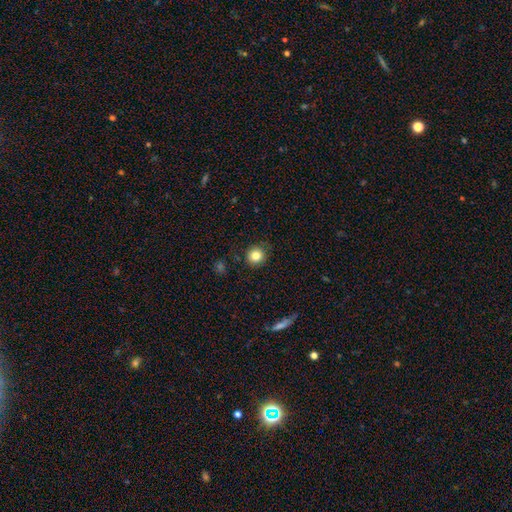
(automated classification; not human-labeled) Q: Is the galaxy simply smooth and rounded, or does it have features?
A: smooth — 83%.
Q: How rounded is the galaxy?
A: round — 92%.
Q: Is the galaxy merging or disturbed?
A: none — 87%.